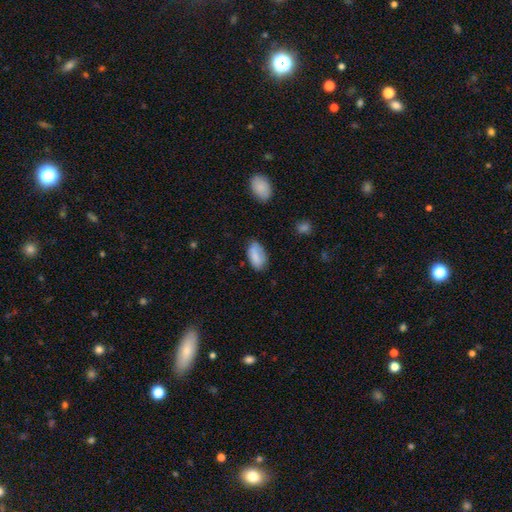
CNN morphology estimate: Smooth or featured: smooth — 83% (featured or disk — 10%)
How rounded: in between — 93% (cigar-shaped — 4%)
Merging: none — 71% (minor disturbance — 22%)